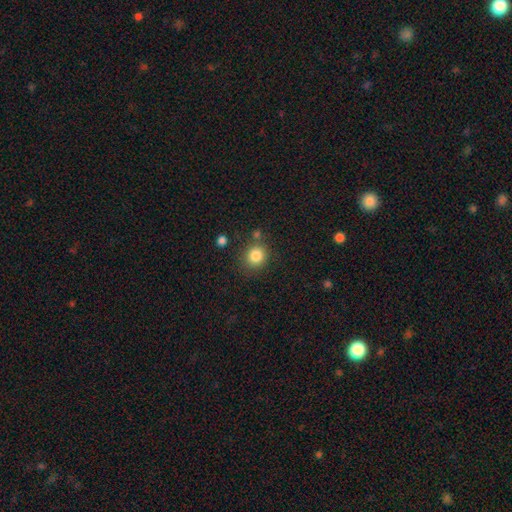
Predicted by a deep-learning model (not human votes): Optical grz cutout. It shows a smooth galaxy with no disk features (84%) that is round (84%). Merging: none (79%).